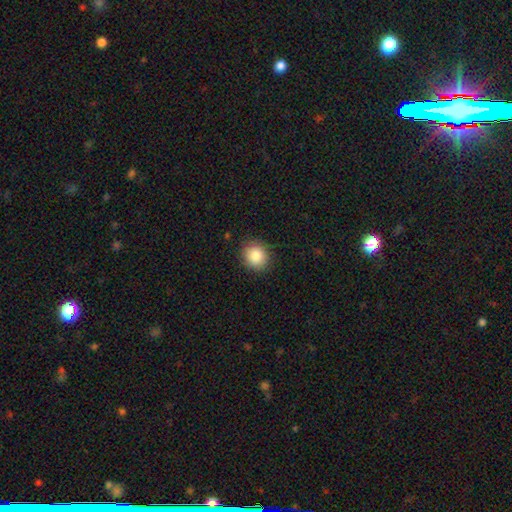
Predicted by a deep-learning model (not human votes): Smooth or featured: smooth — 86% (star or artifact — 9%)
How rounded: round — 81% (in between — 18%)
Merging: none — 88% (minor disturbance — 9%)